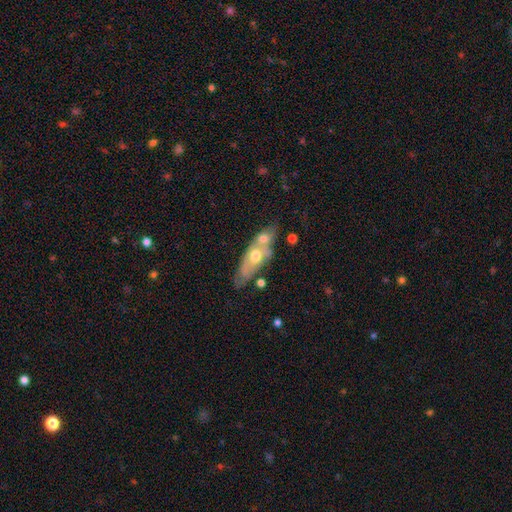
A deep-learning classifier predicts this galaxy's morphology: type=featured or disk (57%); edge-on=no (64%); merging=none (50%).